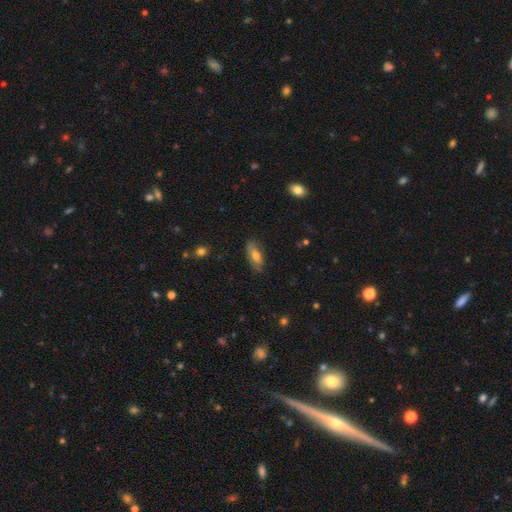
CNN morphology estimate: This is likely a smooth galaxy (62%). How rounded: likely in between (78%). Merging: likely none (78%).